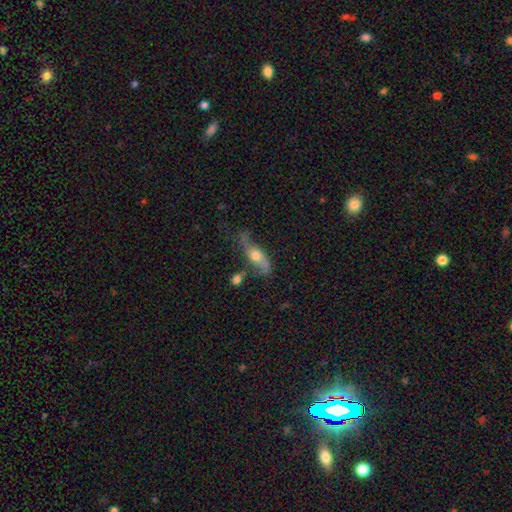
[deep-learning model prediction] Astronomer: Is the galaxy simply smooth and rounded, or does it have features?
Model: featured or disk — 62%.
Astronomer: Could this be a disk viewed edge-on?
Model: no — 59% (runner-up: yes, 41%).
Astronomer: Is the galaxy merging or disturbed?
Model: none — 56%.